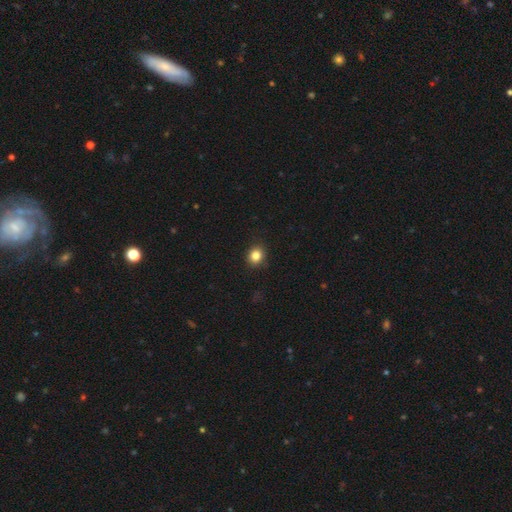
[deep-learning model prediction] Smooth or featured?
  - smooth: 84% *
  - star or artifact: 11%
  - featured or disk: 5%
How rounded?
  - round: 73% *
  - in between: 26%
  - cigar-shaped: 1%
Merging?
  - none: 90% *
  - minor disturbance: 7%
  - major disturbance: 2%
  - merger: 1%